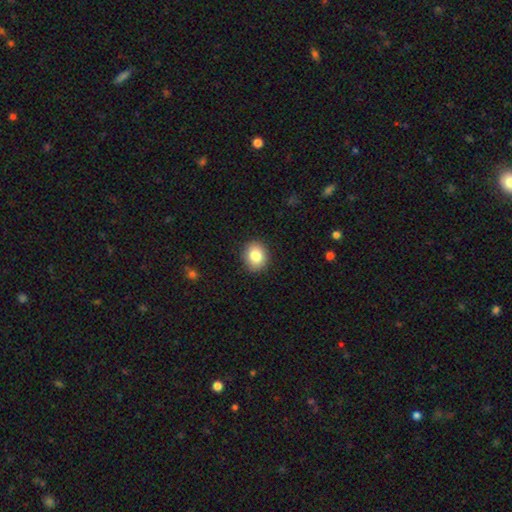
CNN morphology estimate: This appears to be a smooth galaxy with no disk features (84%) that is round (66%). Merging: none (90%).